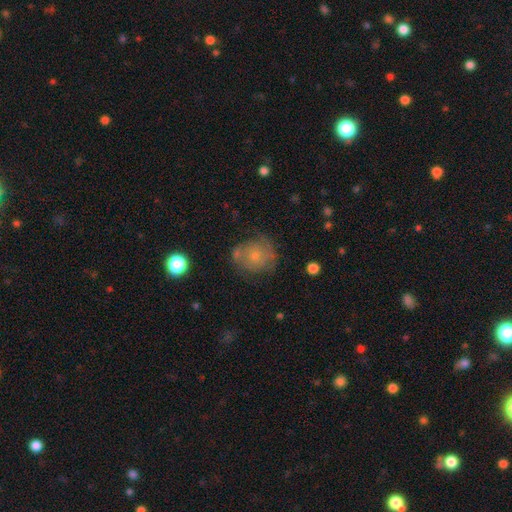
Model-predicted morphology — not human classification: The model was most divided on "smooth or featured": smooth: 47%, featured or disk: 44%, star or artifact: 9%. More confident: merging — none (56%).